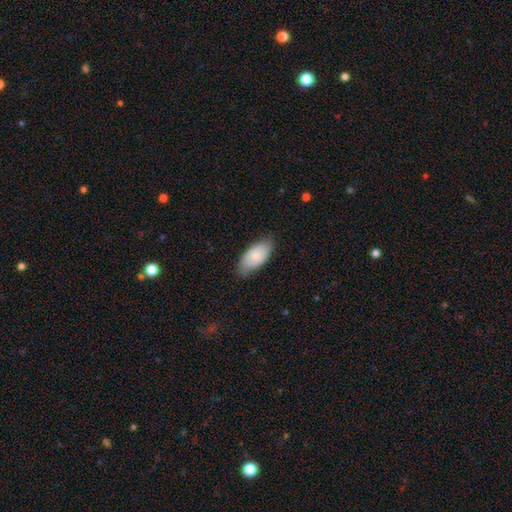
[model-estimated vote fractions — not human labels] Smooth or featured?
  - smooth: 73% *
  - featured or disk: 21%
  - star or artifact: 6%
How rounded?
  - in between: 93% *
  - cigar-shaped: 4%
  - round: 3%
Merging?
  - none: 75% *
  - minor disturbance: 21%
  - major disturbance: 3%
  - merger: 1%